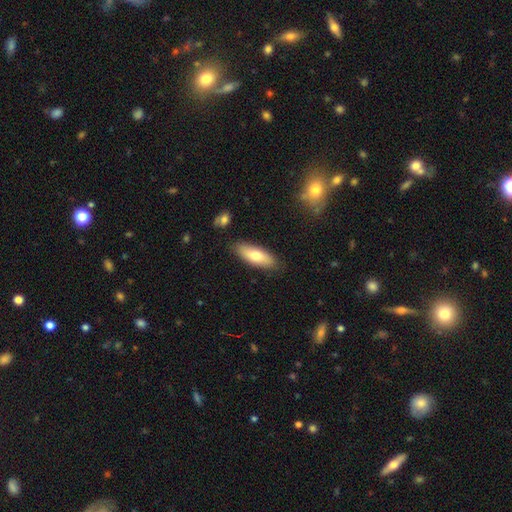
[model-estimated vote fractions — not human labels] The model was most divided on "how rounded": in between: 66%, cigar-shaped: 31%, round: 2%. More confident: merging — none (84%); smooth or featured — smooth (70%).